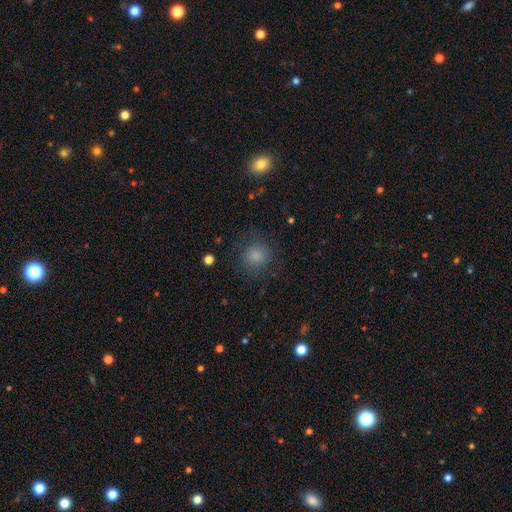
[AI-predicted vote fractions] A smooth galaxy with no disk features (82%) that is round (89%).

Vote fractions:
- Smooth or featured? smooth: 82% / star or artifact: 12% / featured or disk: 6%
- How rounded? round: 89% / in between: 10% / cigar-shaped: 1%
- Merging? none: 79% / minor disturbance: 13% / major disturbance: 7% / merger: 1%